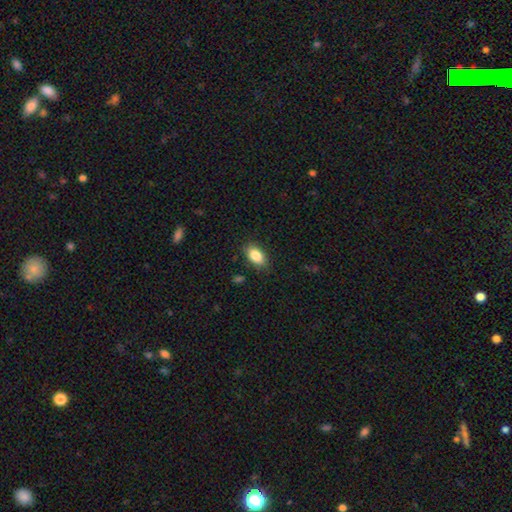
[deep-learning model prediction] The model was most divided on "merging": none: 85%, minor disturbance: 11%, major disturbance: 3%, merger: 1%. More confident: how rounded — in between (90%); smooth or featured — smooth (85%).